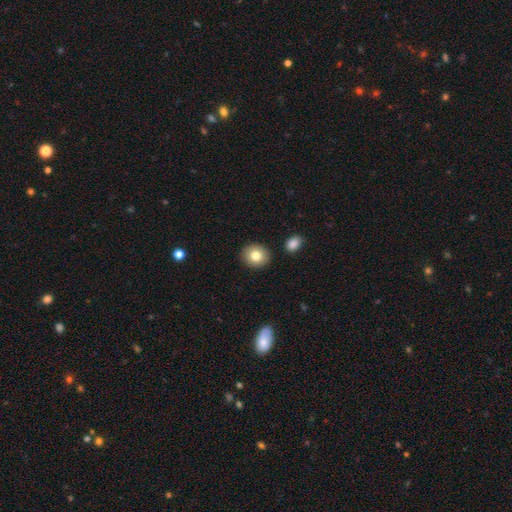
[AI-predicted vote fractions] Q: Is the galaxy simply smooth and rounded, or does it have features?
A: smooth — 81%.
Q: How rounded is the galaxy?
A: round — 74%.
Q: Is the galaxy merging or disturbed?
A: none — 90%.